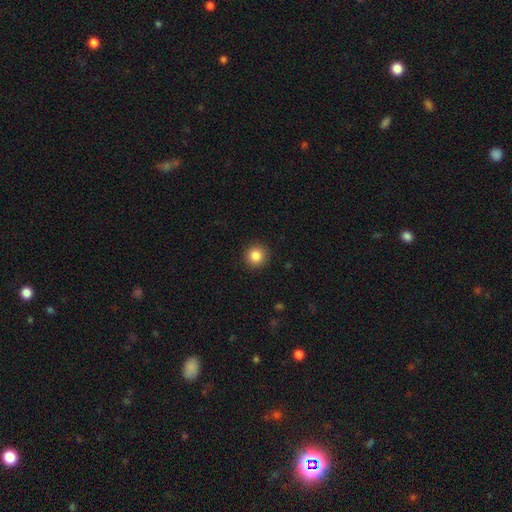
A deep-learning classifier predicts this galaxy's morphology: This is clearly a smooth galaxy (86%). How rounded: clearly round (95%). Merging: clearly none (92%).